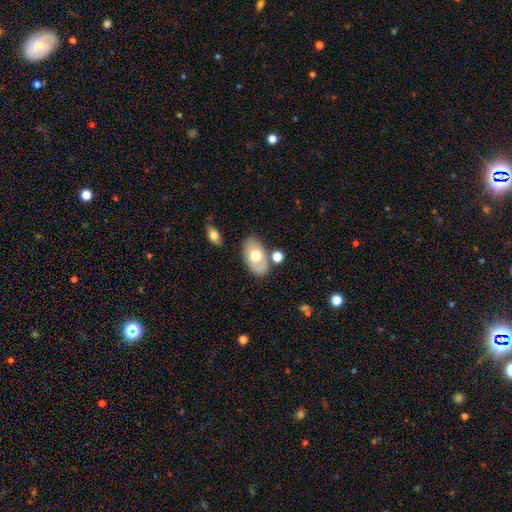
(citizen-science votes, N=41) Smooth or featured? 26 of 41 (63%) said smooth. How rounded? 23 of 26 (88%) said in between. Merging? 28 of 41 (68%) said none.